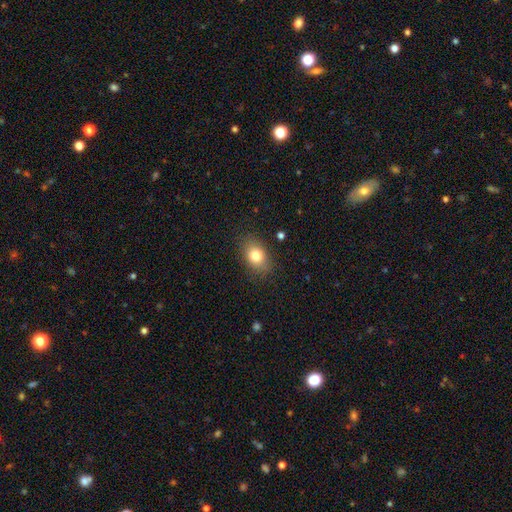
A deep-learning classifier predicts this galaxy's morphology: This appears to be a smooth galaxy with no disk features (80%) that is in between round and cigar-shaped (73%). Merging: none (84%).